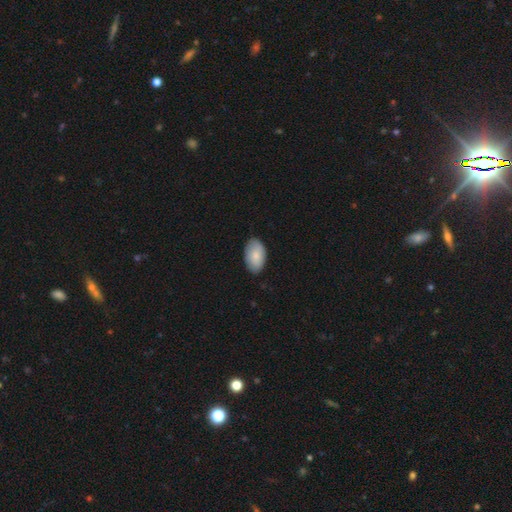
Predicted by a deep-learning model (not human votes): smooth 84%, featured or disk 11%, star or artifact 5%. Down the decision tree: how rounded — in between (94%); merging — none (81%).